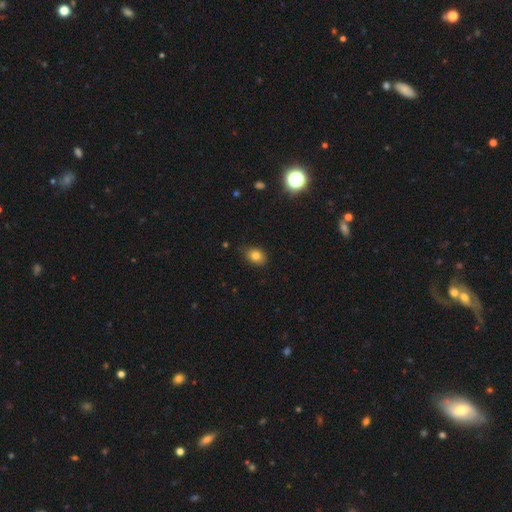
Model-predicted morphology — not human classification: This is likely a smooth galaxy (80%). How rounded: possibly in between (60%). Merging: clearly none (81%).